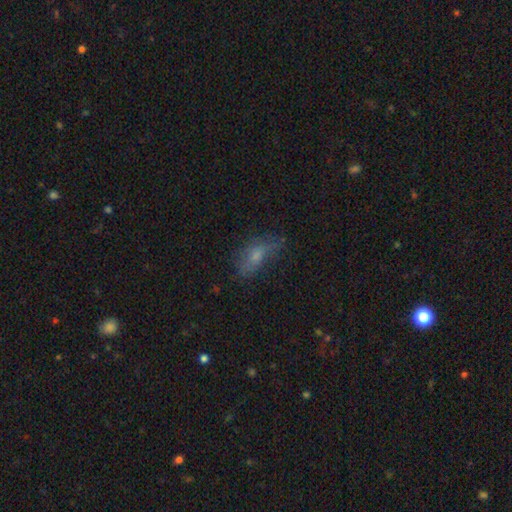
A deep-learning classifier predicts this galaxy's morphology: smooth 64%, featured or disk 24%, star or artifact 12%. Down the decision tree: how rounded — in between (79%); merging — none (52%).